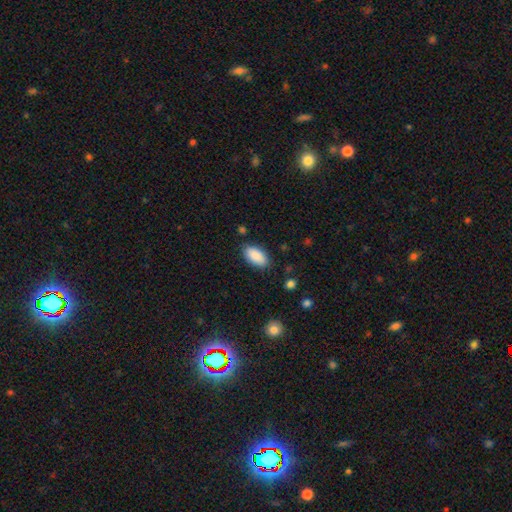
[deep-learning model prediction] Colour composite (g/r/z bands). It shows a smooth galaxy with no disk features (90%) that is in between round and cigar-shaped (94%). Merging: none (85%).